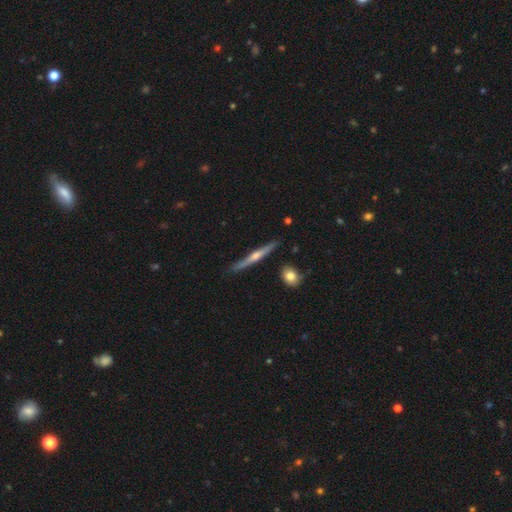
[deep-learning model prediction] Morphology: type=featured or disk (71%); edge-on=yes (98%); edge-on bulge=rounded (83%); merging=none (87%).